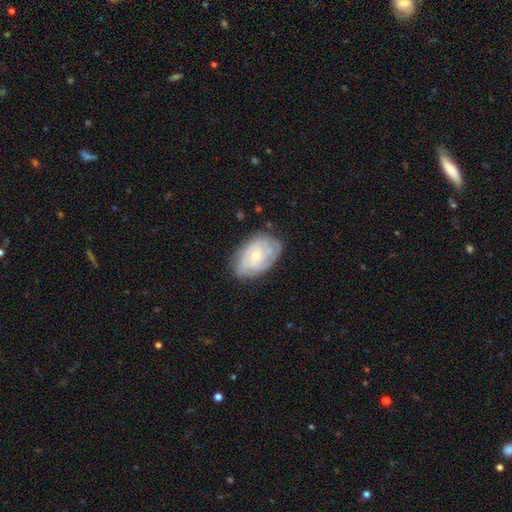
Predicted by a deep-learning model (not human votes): Smooth or featured? featured or disk (59%)
Edge-on disk? no (94%)
Bar? no (80%)
Spiral arms? yes (67%)
Bulge size? small (51%)
Merging? none (73%)